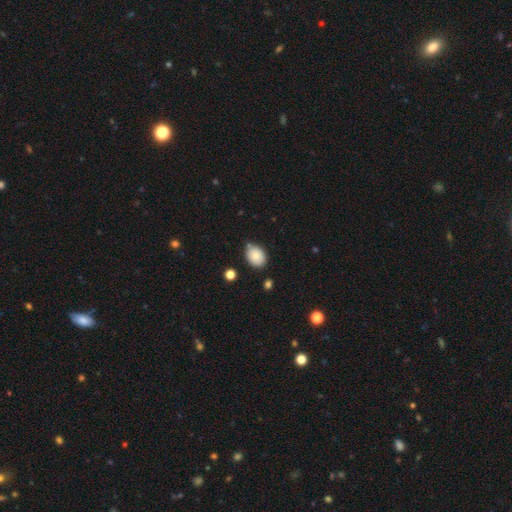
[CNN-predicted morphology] A smooth galaxy with no disk features (79%) that is in between round and cigar-shaped (67%).

Vote fractions:
- Smooth or featured? smooth: 79% / featured or disk: 13% / star or artifact: 9%
- How rounded? in between: 67% / round: 32% / cigar-shaped: 1%
- Merging? none: 72% / minor disturbance: 20% / merger: 5% / major disturbance: 3%